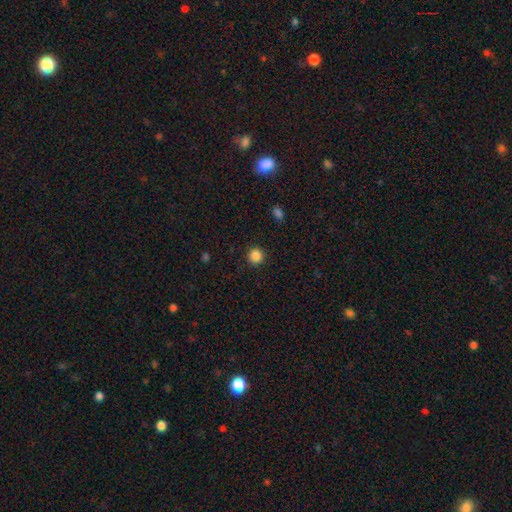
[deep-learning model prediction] Morphology: type=smooth (86%); roundness=round (94%); merging=none (92%).